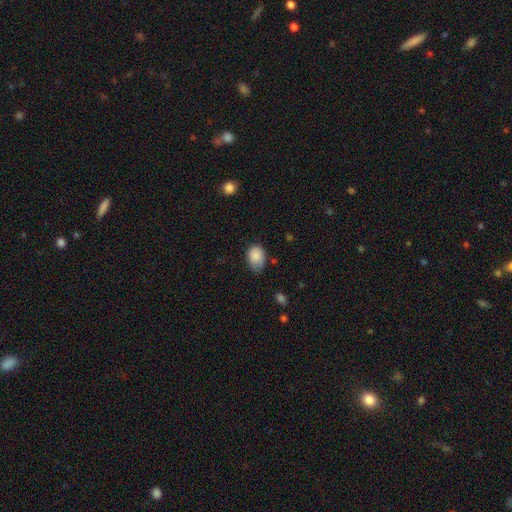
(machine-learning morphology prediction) Smooth or featured?
  - smooth: 88% *
  - star or artifact: 8%
  - featured or disk: 5%
How rounded?
  - in between: 69% *
  - round: 30%
  - cigar-shaped: 1%
Merging?
  - none: 55% *
  - minor disturbance: 37%
  - major disturbance: 7%
  - merger: 2%